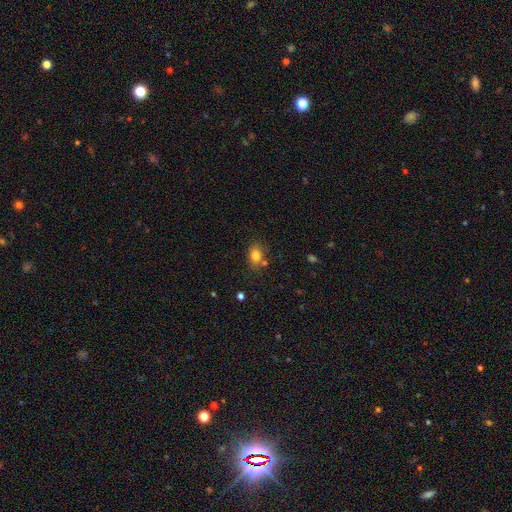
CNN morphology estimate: This is clearly a smooth galaxy (81%). How rounded: likely in between (69%). Merging: likely none (74%).